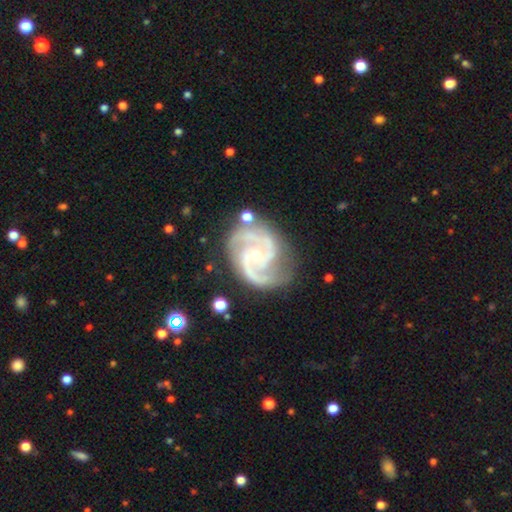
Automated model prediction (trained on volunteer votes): Morphology: type=featured or disk (93%); edge-on=no (98%); bar=no (57%); spiral arms=yes (99%); winding=medium (54%); arm count=2 (63%); bulge=moderate (51%); merging=none (70%).